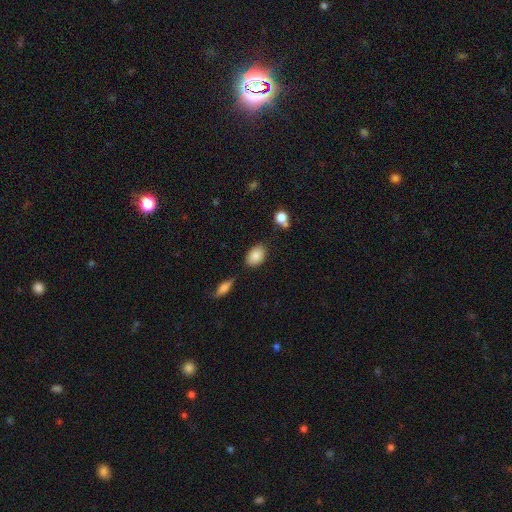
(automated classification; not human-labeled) Smooth or featured? smooth (86%)
How rounded? in between (83%)
Merging? none (79%)